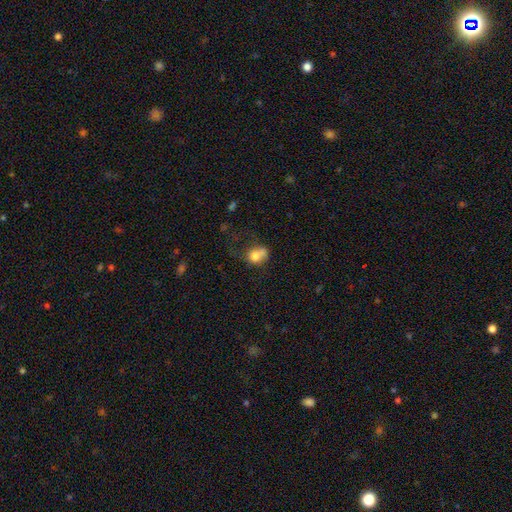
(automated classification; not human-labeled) Smooth or featured? Predicted: smooth (p=0.75). How rounded? Predicted: round (p=0.52). Merging? Predicted: merger (p=0.31).